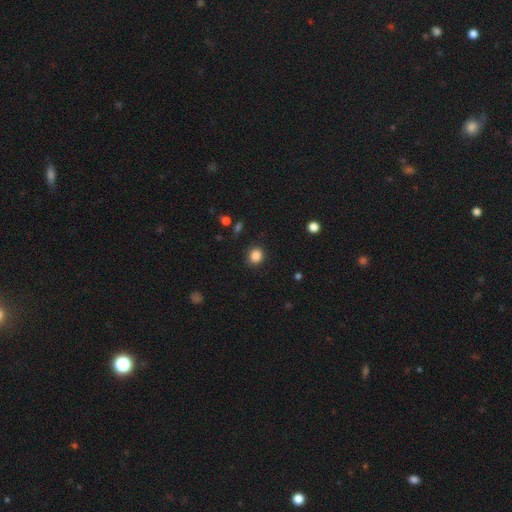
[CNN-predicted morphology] type=smooth (86%); roundness=round (79%); merging=none (88%).